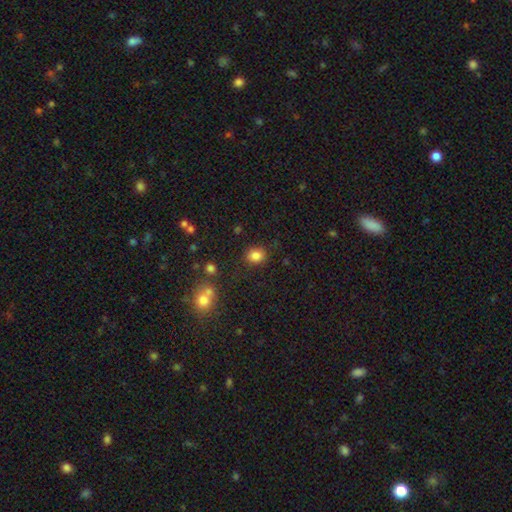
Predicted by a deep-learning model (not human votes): Smooth or featured? Predicted: smooth (p=0.83). How rounded? Predicted: round (p=0.66). Merging? Predicted: none (p=0.83).